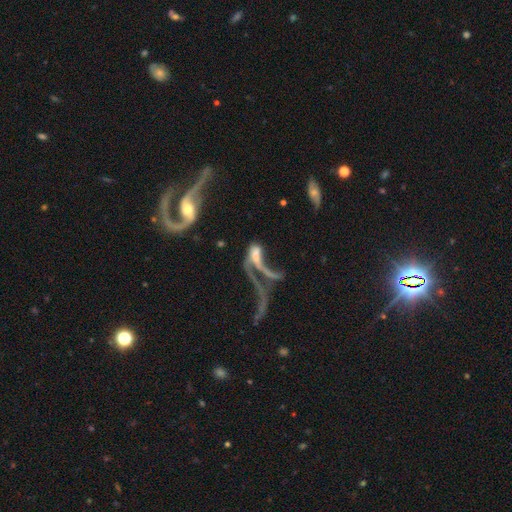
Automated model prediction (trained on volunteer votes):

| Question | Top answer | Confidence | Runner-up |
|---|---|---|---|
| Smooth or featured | featured or disk | 57% | smooth (29%) |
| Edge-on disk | no | 91% | yes (9%) |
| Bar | no | 67% | weak (18%) |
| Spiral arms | no | 61% | yes (39%) |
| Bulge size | none | 52% | moderate (18%) |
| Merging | major disturbance | 42% | merger (40%) |